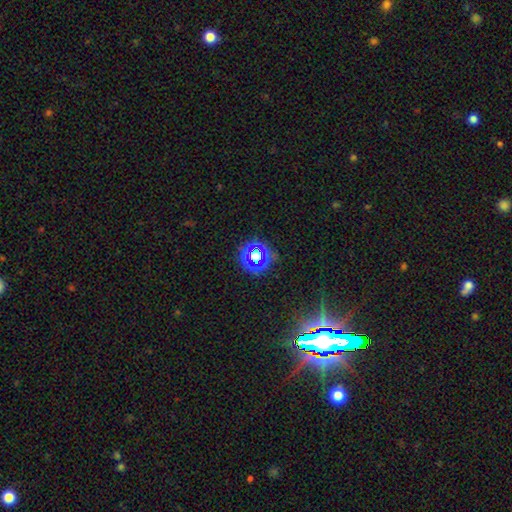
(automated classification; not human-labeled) Smooth or featured: star or artifact — 62% (smooth — 26%)